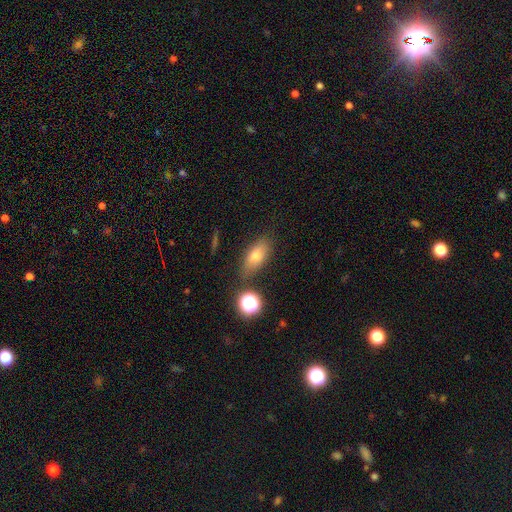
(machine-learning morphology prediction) The model was most divided on "smooth or featured": smooth: 71%, featured or disk: 17%, star or artifact: 12%. More confident: how rounded — in between (77%); merging — none (77%).